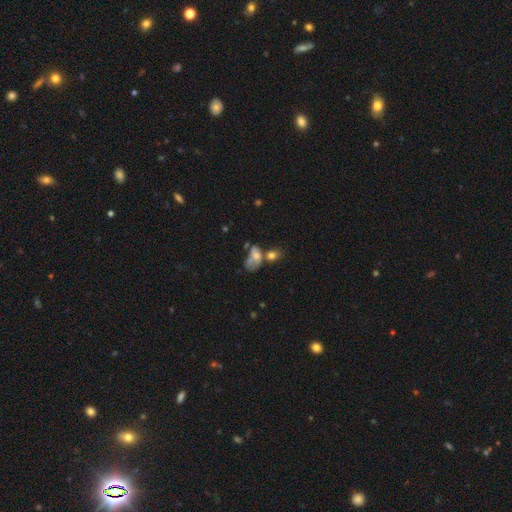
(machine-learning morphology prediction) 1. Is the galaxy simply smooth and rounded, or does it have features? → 59% smooth, 28% featured or disk, 13% star or artifact.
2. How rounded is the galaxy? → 79% in between, 18% round, 3% cigar-shaped.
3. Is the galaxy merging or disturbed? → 51% merger, 19% major disturbance, 17% none, 13% minor disturbance.